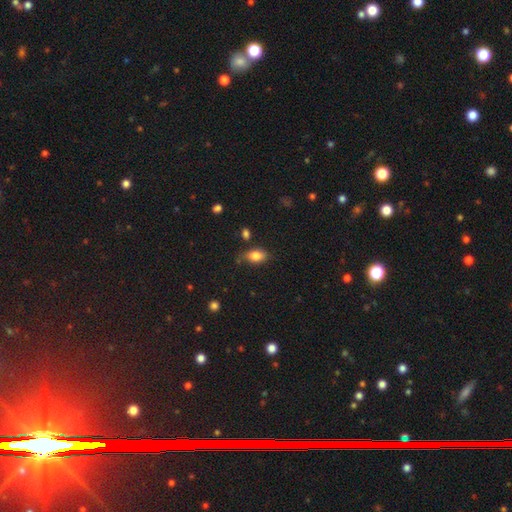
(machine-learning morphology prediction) Smooth or featured? Predicted: smooth (p=0.82). How rounded? Predicted: in between (p=0.86). Merging? Predicted: none (p=0.66).